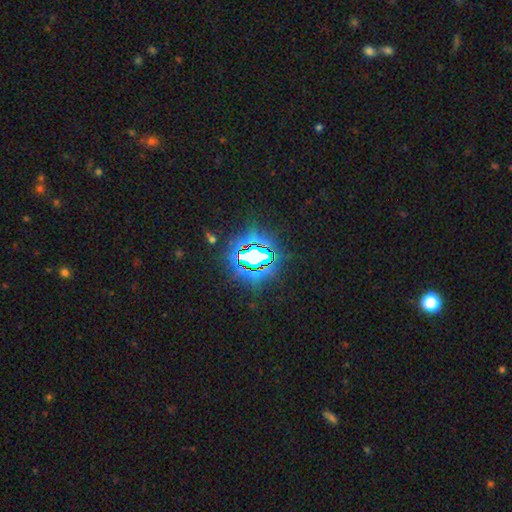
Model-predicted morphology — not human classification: This appears to be a star or artifact, not a galaxy (78%).